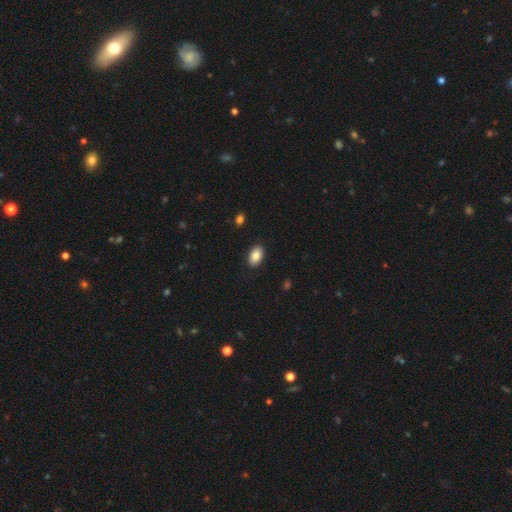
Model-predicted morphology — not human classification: smooth_or_featured: smooth (p=0.87) [alt: star or artifact p=0.07]
how_rounded: in between (p=0.92) [alt: round p=0.07]
merging: none (p=0.89) [alt: minor disturbance p=0.08]